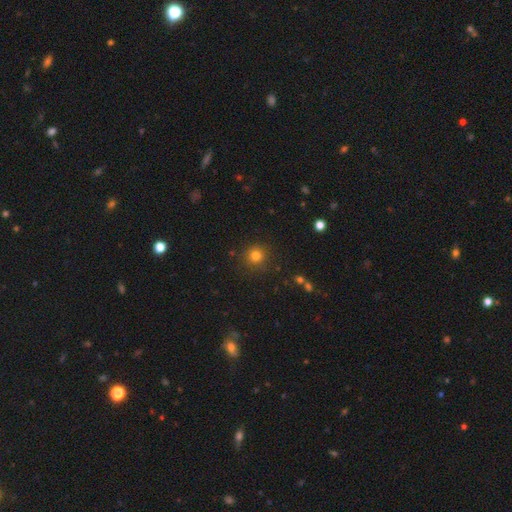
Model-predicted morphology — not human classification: This is likely a smooth galaxy (79%). How rounded: clearly round (93%). Merging: clearly none (88%).